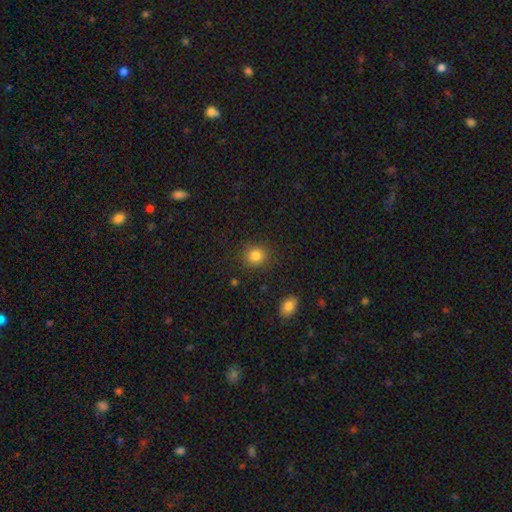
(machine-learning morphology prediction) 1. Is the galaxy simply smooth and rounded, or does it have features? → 84% smooth, 11% star or artifact, 5% featured or disk.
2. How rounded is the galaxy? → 85% round, 15% in between, 1% cigar-shaped.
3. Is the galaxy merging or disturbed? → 87% none, 8% minor disturbance, 3% major disturbance, 2% merger.